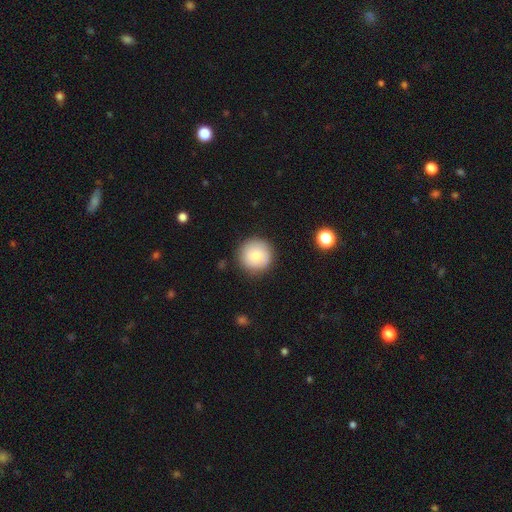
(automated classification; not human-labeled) Overall: smooth (81%). How rounded: round (96%). Merging: none (89%).